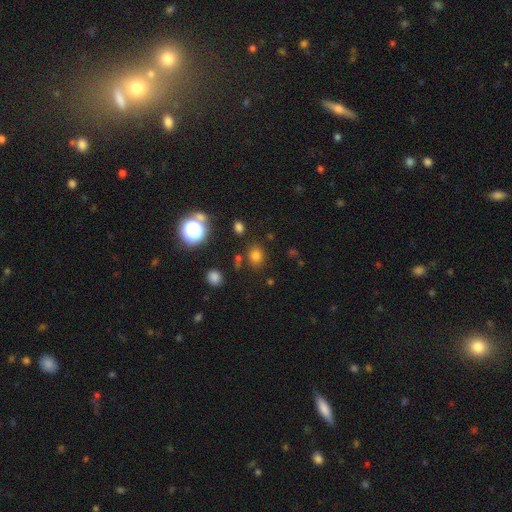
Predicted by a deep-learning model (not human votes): smooth 73%, star or artifact 20%, featured or disk 7%. Down the decision tree: how rounded — round (65%); merging — none (82%).